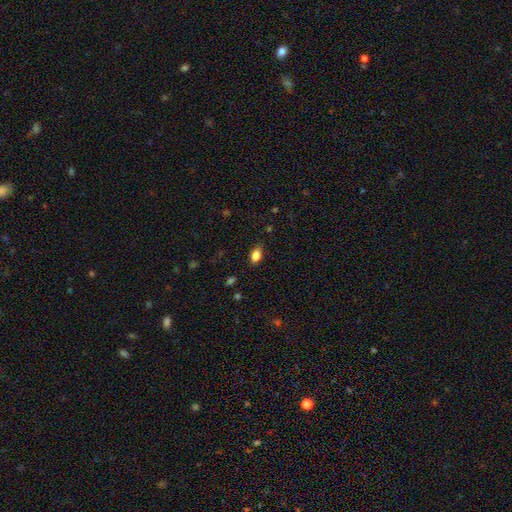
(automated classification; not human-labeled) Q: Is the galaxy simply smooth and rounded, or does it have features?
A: smooth — 83%.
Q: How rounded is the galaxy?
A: in between — 87%.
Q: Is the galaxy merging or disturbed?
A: none — 85%.